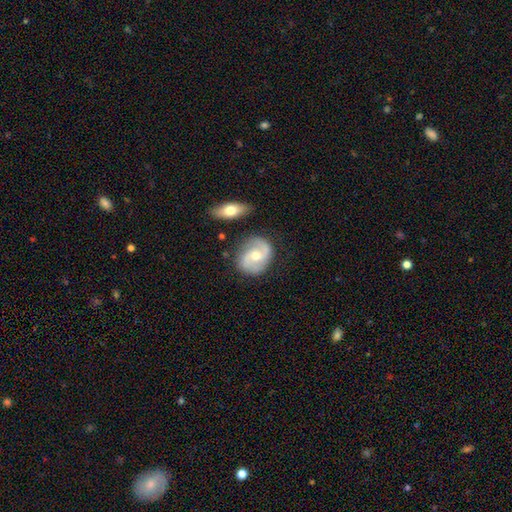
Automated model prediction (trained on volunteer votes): smooth_or_featured: featured or disk (p=0.77) [alt: smooth p=0.17]
disk_edge_on: no (p=0.97) [alt: yes p=0.03]
bar: no (p=0.58) [alt: weak p=0.34]
has_spiral_arms: yes (p=0.93) [alt: no p=0.07]
spiral_winding: medium (p=0.49) [alt: loose p=0.26]
spiral_arm_count: 2 (p=0.90) [alt: can't tell p=0.04]
bulge_size: moderate (p=0.67) [alt: small p=0.29]
merging: none (p=0.77) [alt: minor disturbance p=0.15]